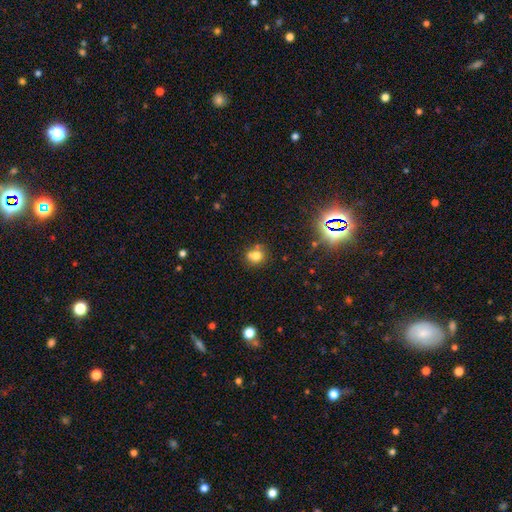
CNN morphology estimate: smooth 73%, star or artifact 15%, featured or disk 12%. Down the decision tree: how rounded — round (74%); merging — none (55%).